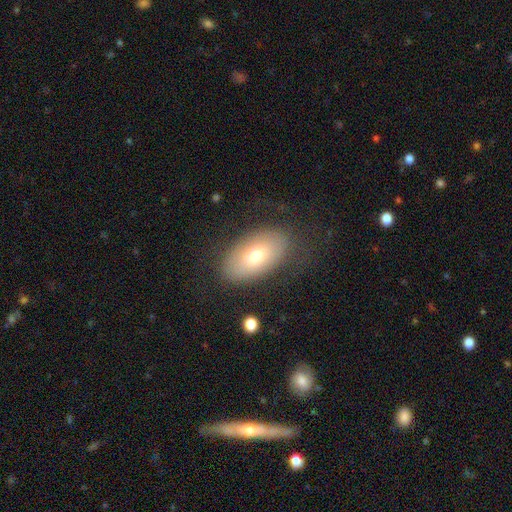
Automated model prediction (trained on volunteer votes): smooth-or-featured: smooth: 66% | featured or disk: 25% | star or artifact: 9%
  how-rounded: in between: 92% | round: 6% | cigar-shaped: 2%
  merging: none: 75% | minor disturbance: 16% | major disturbance: 8% | merger: 1%